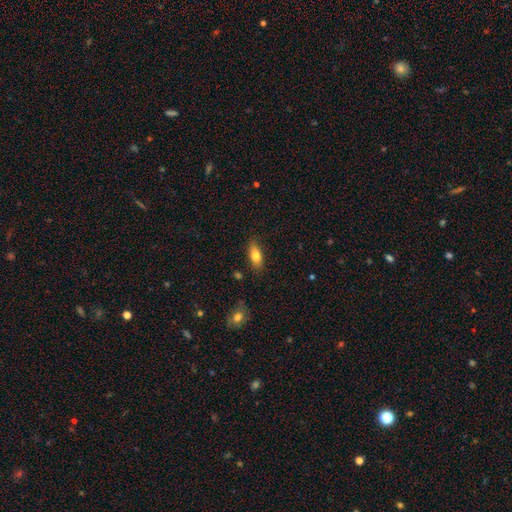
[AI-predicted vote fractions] Smooth or featured? Predicted: smooth (p=0.78). How rounded? Predicted: in between (p=0.81). Merging? Predicted: none (p=0.82).